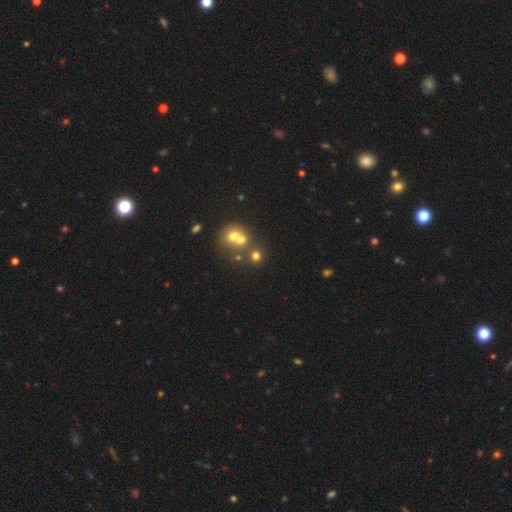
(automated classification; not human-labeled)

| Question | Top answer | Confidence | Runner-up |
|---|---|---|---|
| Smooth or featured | smooth | 66% | star or artifact (18%) |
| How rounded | round | 84% | in between (15%) |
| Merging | none | 49% | merger (41%) |